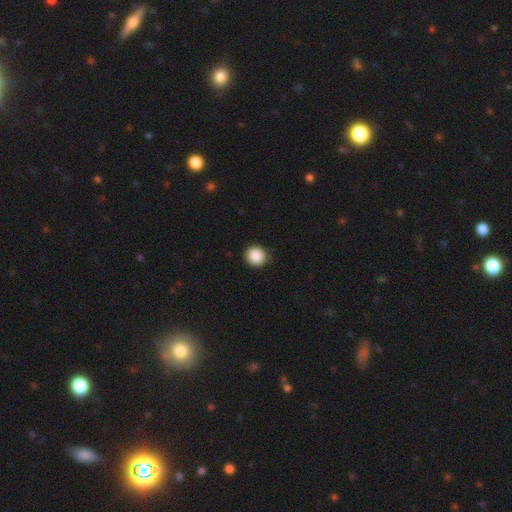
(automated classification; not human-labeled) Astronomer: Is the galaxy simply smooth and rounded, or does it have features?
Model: smooth — 89%.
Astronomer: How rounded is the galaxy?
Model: round — 90%.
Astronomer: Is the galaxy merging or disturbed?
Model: none — 89%.